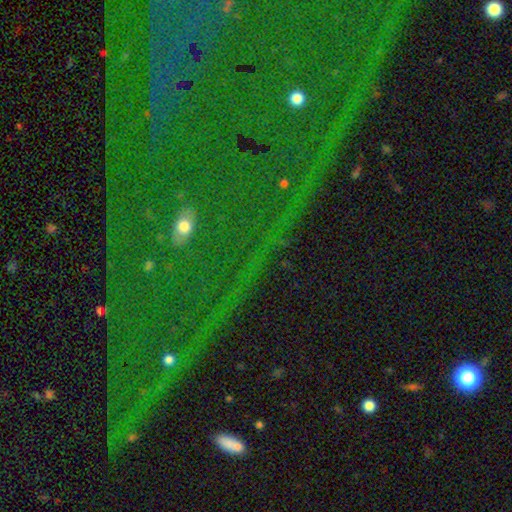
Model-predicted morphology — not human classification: smooth-or-featured: star or artifact: 80% | featured or disk: 11% | smooth: 9%